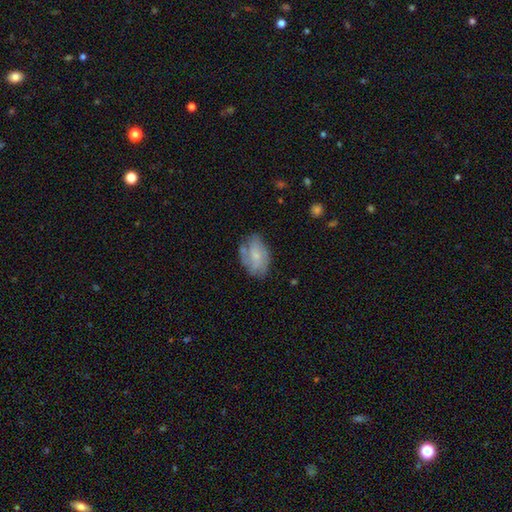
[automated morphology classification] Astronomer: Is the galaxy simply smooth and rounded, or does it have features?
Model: featured or disk — 48% (runner-up: smooth, 45%).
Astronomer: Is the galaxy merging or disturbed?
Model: none — 62%.